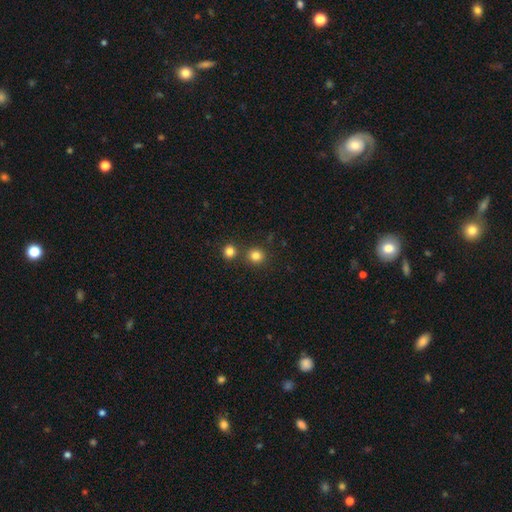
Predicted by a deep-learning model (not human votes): Smooth or featured? Predicted: smooth (p=0.82). How rounded? Predicted: round (p=0.89). Merging? Predicted: none (p=0.78).